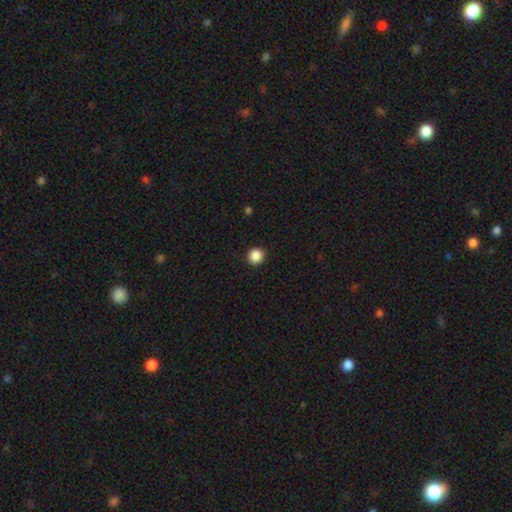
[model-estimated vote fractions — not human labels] Smooth or featured? Predicted: smooth (p=0.88). How rounded? Predicted: round (p=0.92). Merging? Predicted: none (p=0.93).